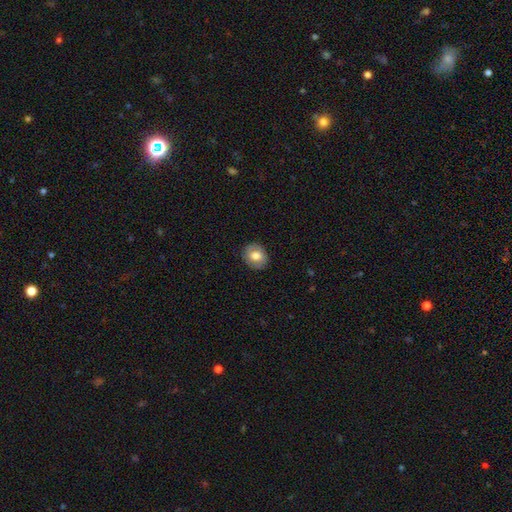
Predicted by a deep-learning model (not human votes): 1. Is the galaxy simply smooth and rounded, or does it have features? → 72% smooth, 20% featured or disk, 8% star or artifact.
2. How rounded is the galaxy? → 62% round, 37% in between, 1% cigar-shaped.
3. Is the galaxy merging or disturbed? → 86% none, 10% minor disturbance, 3% major disturbance, 1% merger.